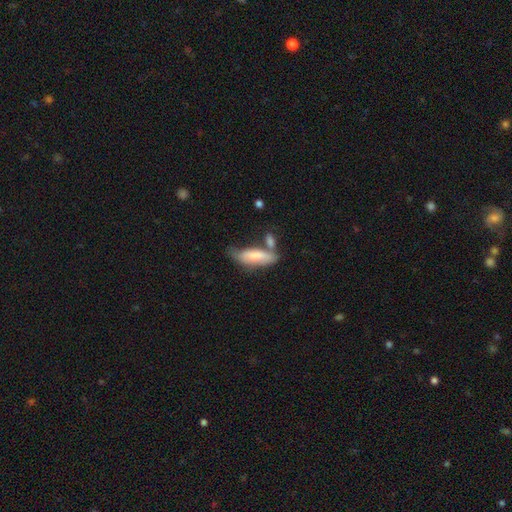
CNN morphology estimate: A smooth galaxy with no disk features (75%) that is in between round and cigar-shaped (57%).

Vote fractions:
- Smooth or featured? smooth: 75% / featured or disk: 19% / star or artifact: 6%
- How rounded? in between: 57% / cigar-shaped: 41% / round: 2%
- Merging? none: 38% / merger: 26% / minor disturbance: 24% / major disturbance: 11%